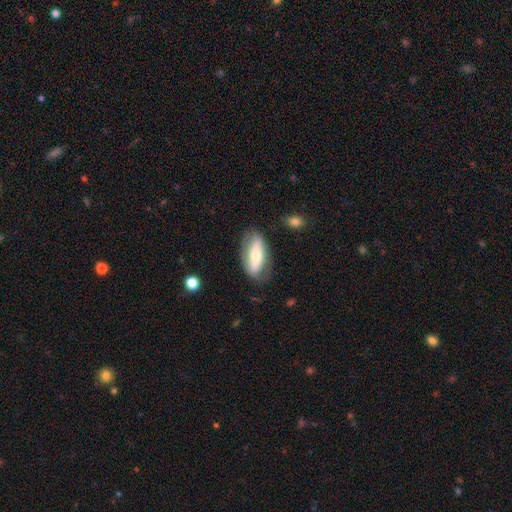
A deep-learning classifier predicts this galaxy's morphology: This is possibly a smooth galaxy (51%). How rounded: clearly in between (82%). Merging: likely none (73%).